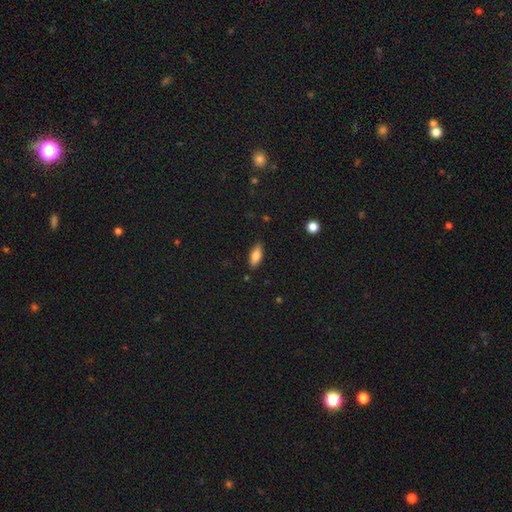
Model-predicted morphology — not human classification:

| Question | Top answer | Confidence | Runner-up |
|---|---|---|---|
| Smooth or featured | smooth | 78% | featured or disk (15%) |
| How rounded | in between | 79% | cigar-shaped (19%) |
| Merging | none | 87% | minor disturbance (10%) |